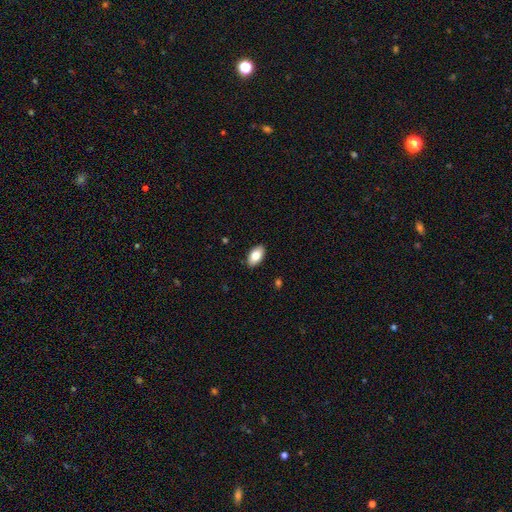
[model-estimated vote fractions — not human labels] Smooth or featured? smooth (83%)
How rounded? in between (94%)
Merging? none (89%)